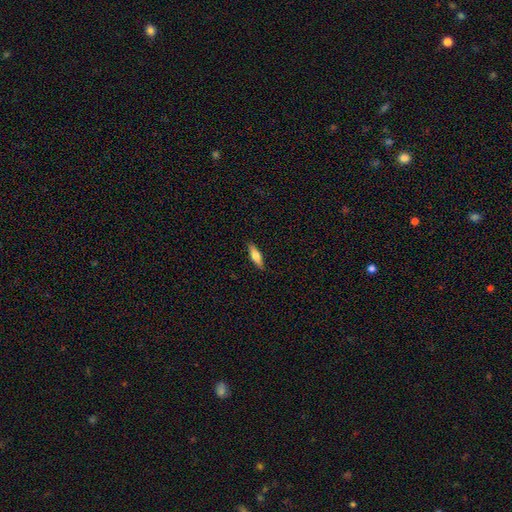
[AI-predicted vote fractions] Smooth or featured? smooth (62%)
How rounded? cigar-shaped (57%)
Merging? none (88%)